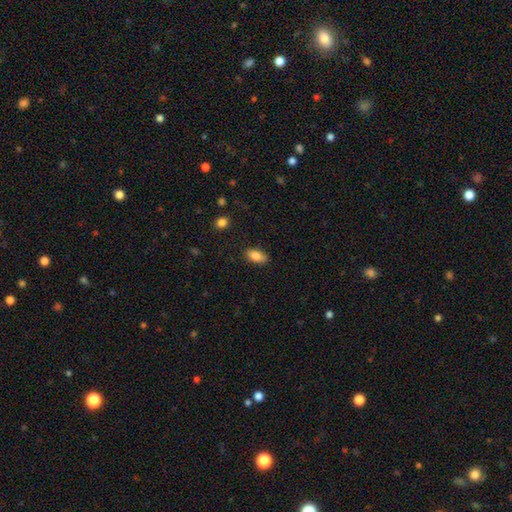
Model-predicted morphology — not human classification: The model was most divided on "merging": none: 85%, minor disturbance: 12%, major disturbance: 3%, merger: 1%. More confident: how rounded — in between (89%); smooth or featured — smooth (86%).